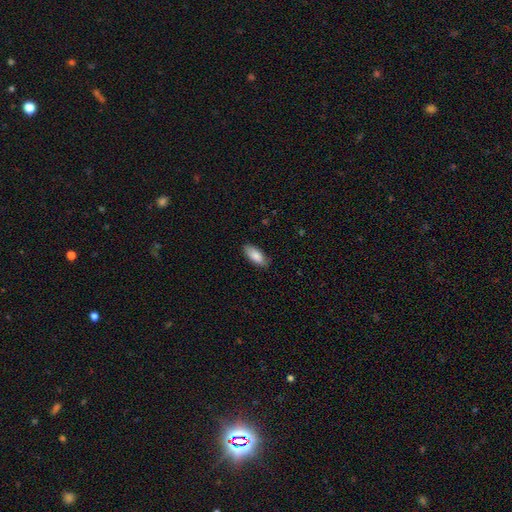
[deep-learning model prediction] Morphology: type=smooth (86%); roundness=in between (82%); merging=none (84%).